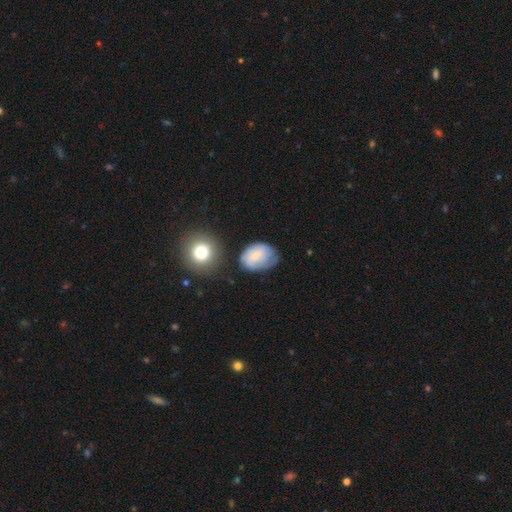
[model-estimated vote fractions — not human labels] A smooth galaxy with no disk features (65%) that is in between round and cigar-shaped (67%).

Vote fractions:
- Smooth or featured? smooth: 65% / featured or disk: 27% / star or artifact: 8%
- How rounded? in between: 67% / round: 32% / cigar-shaped: 1%
- Merging? none: 49% / minor disturbance: 33% / major disturbance: 12% / merger: 6%